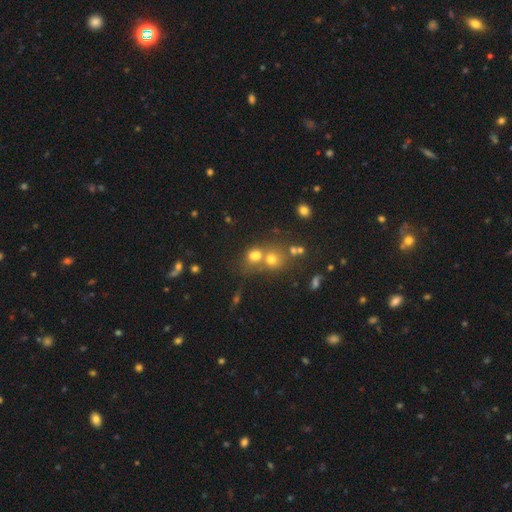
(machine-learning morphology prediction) This appears to be a smooth galaxy with no disk features (66%) that is round (72%). Merging: merger (47%).